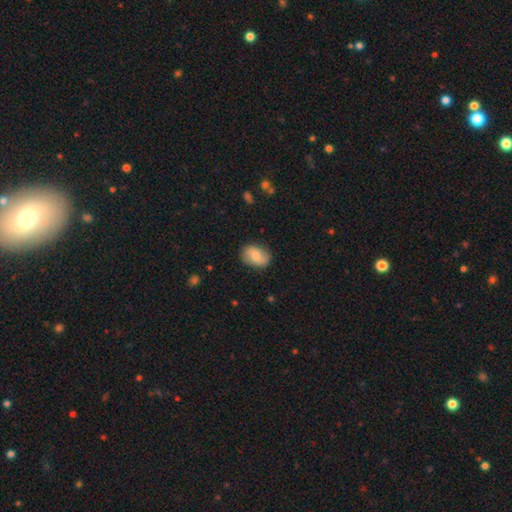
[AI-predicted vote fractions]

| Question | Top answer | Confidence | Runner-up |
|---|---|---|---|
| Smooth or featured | smooth | 59% | featured or disk (33%) |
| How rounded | in between | 75% | round (23%) |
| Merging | none | 81% | minor disturbance (14%) |